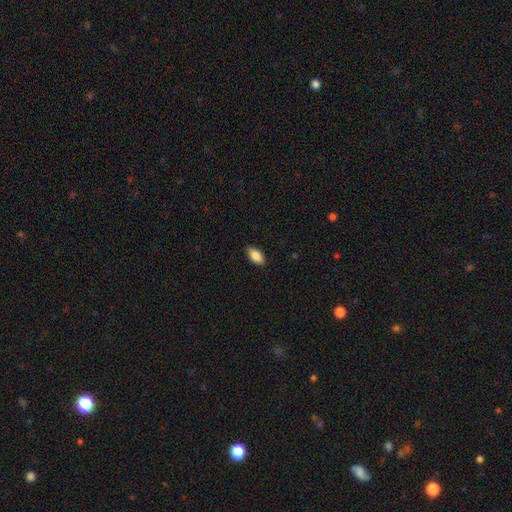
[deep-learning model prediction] Smooth or featured? Predicted: smooth (p=0.85). How rounded? Predicted: in between (p=0.93). Merging? Predicted: none (p=0.88).